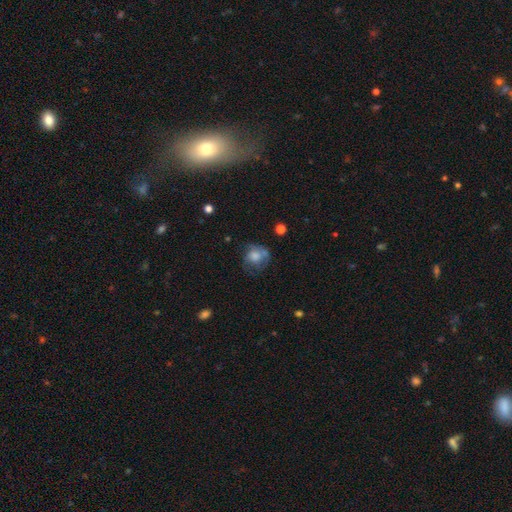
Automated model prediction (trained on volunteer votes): Overall: smooth (62%; featured or disk 28%). How rounded: round (73%). Merging: none (43%; minor disturbance 27%).